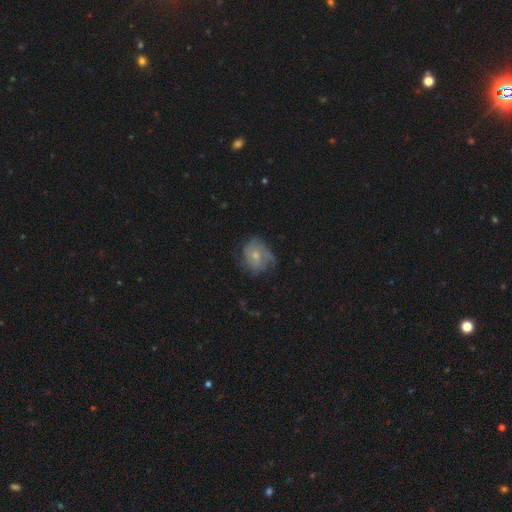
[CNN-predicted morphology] smooth 48%, featured or disk 43%, star or artifact 9%. Down the decision tree: merging — none (47%).